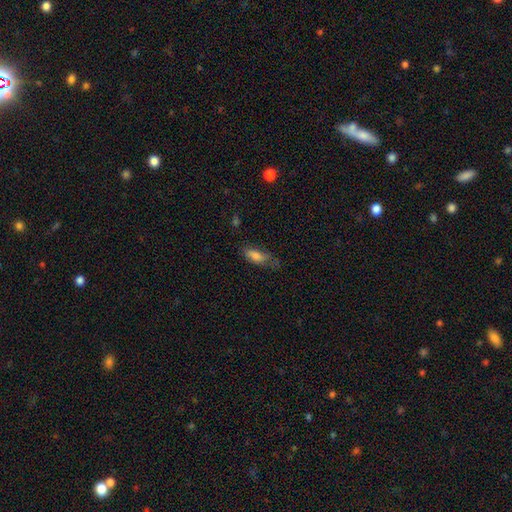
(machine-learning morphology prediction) This appears to be a smooth galaxy with no disk features (77%) that is in between round and cigar-shaped (75%). Merging: none (46%).